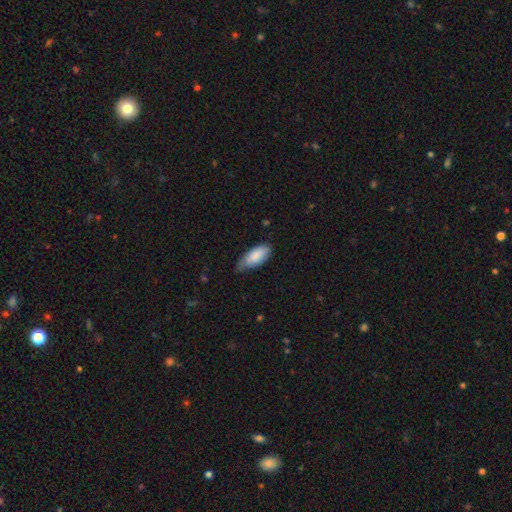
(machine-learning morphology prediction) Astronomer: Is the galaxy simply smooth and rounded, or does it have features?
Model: smooth — 84%.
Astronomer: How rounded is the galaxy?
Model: in between — 85%.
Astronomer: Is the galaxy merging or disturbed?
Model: none — 56% (runner-up: minor disturbance, 37%).